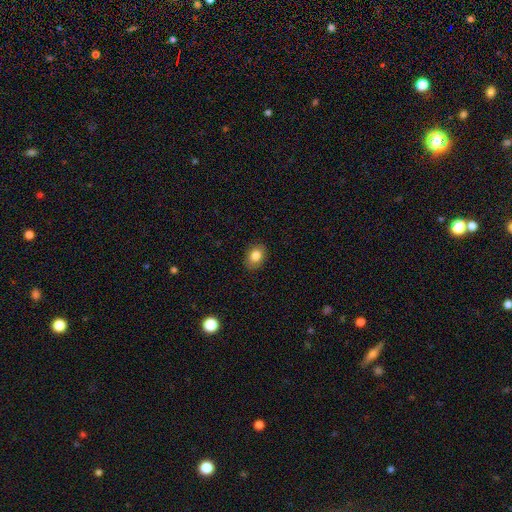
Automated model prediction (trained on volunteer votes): Smooth or featured? Predicted: smooth (p=0.83). How rounded? Predicted: in between (p=0.68). Merging? Predicted: none (p=0.87).